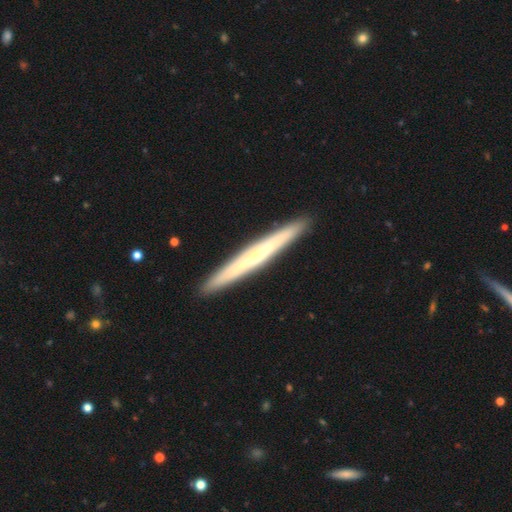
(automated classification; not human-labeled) Smooth or featured? featured or disk (63%)
Edge-on disk? yes (95%)
Edge-on bulge? rounded (50%)
Merging? none (92%)